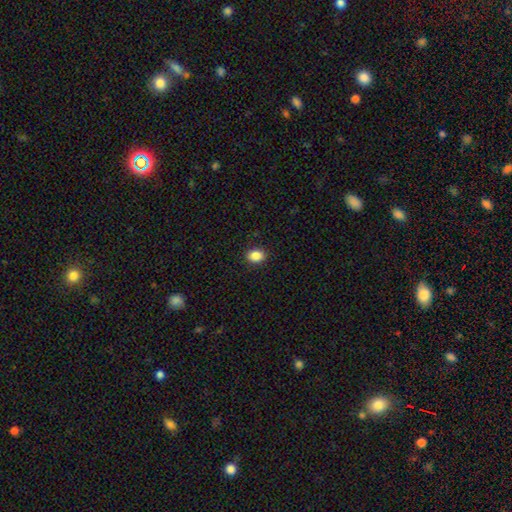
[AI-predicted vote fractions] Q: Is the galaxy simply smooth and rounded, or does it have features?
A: smooth — 87%.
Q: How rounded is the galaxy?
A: in between — 61%.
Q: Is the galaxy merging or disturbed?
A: none — 90%.